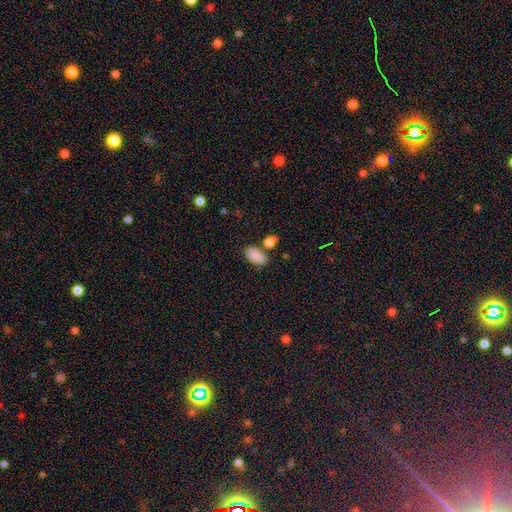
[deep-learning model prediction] A smooth galaxy with no disk features (87%) that is in between round and cigar-shaped (93%). Merging: none (71%).